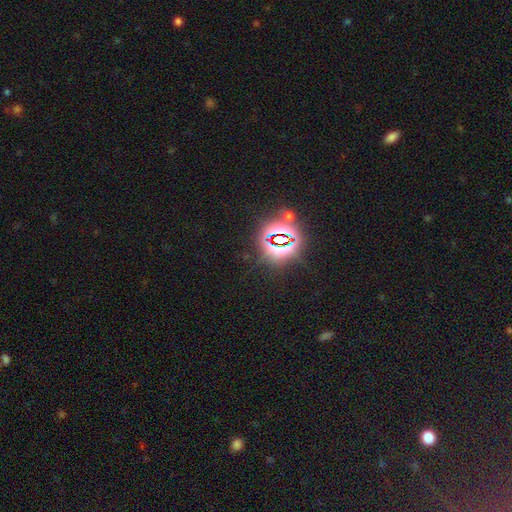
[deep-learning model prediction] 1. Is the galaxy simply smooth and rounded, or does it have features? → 82% star or artifact, 12% smooth, 6% featured or disk.